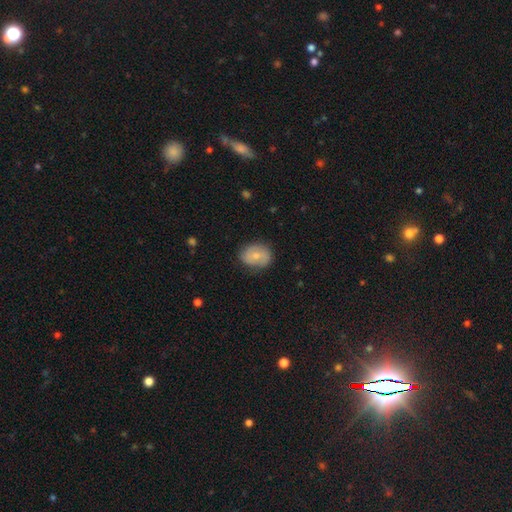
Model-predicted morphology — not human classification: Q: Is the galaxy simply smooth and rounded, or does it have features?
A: smooth — 53%.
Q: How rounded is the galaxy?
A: in between — 50%.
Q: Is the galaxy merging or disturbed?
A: none — 78%.